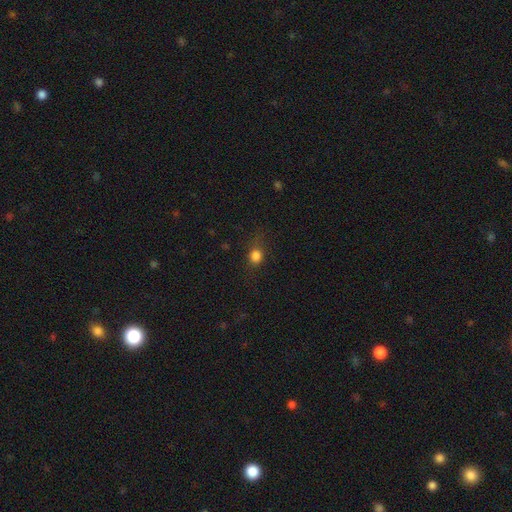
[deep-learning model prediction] This is likely a smooth galaxy (79%). How rounded: likely round (73%). Merging: likely none (71%).